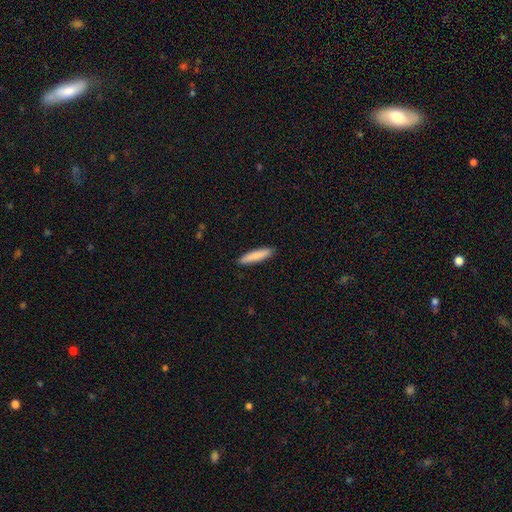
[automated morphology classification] Smooth or featured: smooth — 83% (featured or disk — 11%)
How rounded: cigar-shaped — 86% (in between — 13%)
Merging: none — 90% (minor disturbance — 7%)